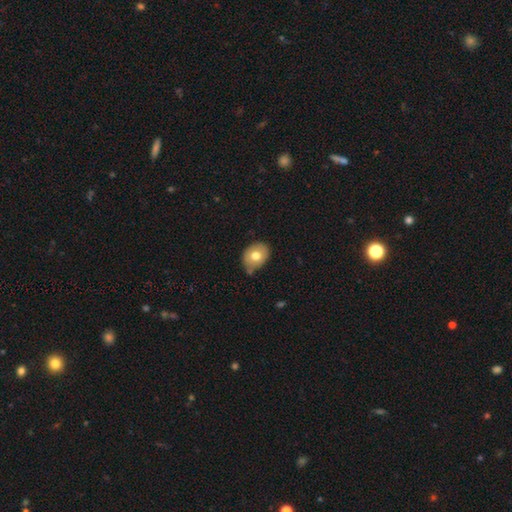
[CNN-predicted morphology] Smooth or featured? Predicted: smooth (p=0.73). How rounded? Predicted: in between (p=0.58). Merging? Predicted: none (p=0.67).